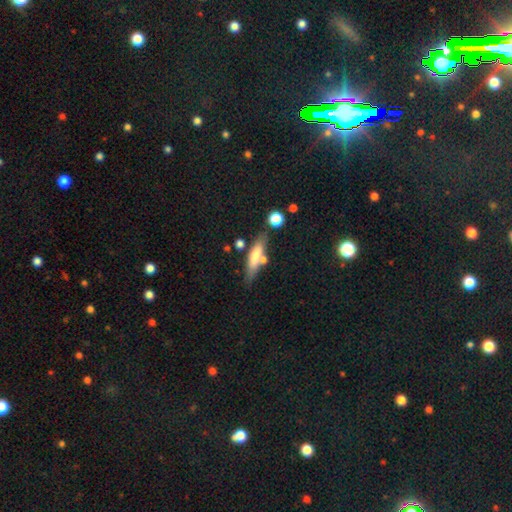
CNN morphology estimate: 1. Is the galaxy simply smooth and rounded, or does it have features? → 66% smooth, 27% featured or disk, 7% star or artifact.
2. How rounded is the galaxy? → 69% cigar-shaped, 29% in between, 2% round.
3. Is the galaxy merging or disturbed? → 68% none, 16% minor disturbance, 12% merger, 5% major disturbance.